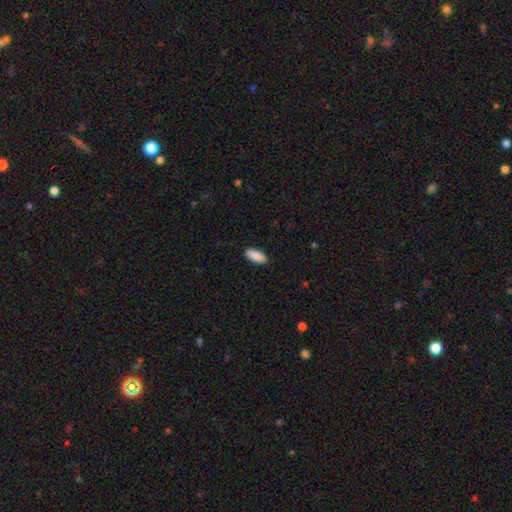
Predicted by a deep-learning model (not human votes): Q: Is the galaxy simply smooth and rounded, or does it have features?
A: smooth — 90%.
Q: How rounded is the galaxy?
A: in between — 85%.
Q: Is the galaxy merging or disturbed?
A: none — 89%.